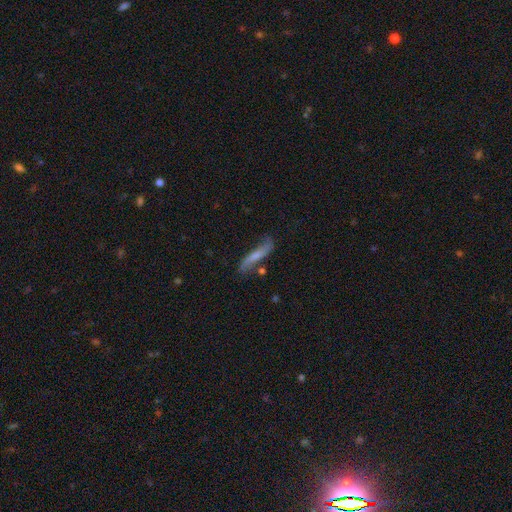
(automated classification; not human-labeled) This is possibly a featured or disk galaxy (49%). Merging: possibly none (60%).